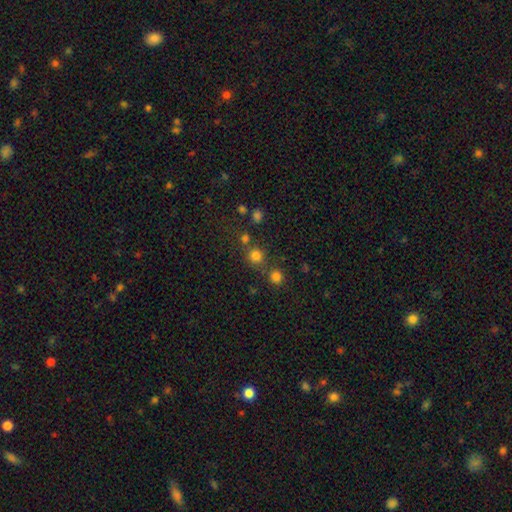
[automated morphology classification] Q: Smooth or featured?
A: smooth (76%); runner-up: star or artifact (18%)
Q: How rounded?
A: round (91%); runner-up: in between (8%)
Q: Merging?
A: none (70%); runner-up: merger (18%)